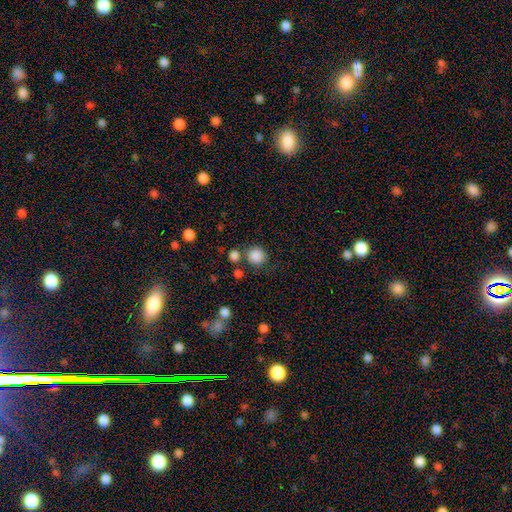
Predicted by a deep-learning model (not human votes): Smooth or featured?
  - smooth: 86% *
  - star or artifact: 10%
  - featured or disk: 4%
How rounded?
  - round: 92% *
  - in between: 7%
  - cigar-shaped: 1%
Merging?
  - none: 74% *
  - merger: 11%
  - minor disturbance: 10%
  - major disturbance: 4%